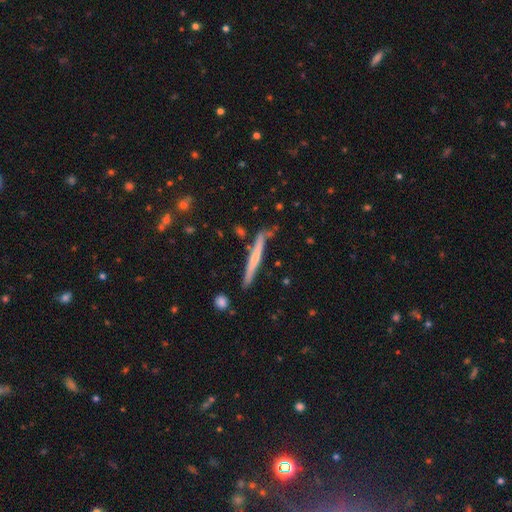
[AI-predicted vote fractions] Smooth or featured?
  - featured or disk: 57% *
  - smooth: 37%
  - star or artifact: 6%
Edge-on disk?
  - yes: 96% *
  - no: 4%
Edge-on bulge?
  - none: 49% *
  - rounded: 42%
  - boxy: 9%
Merging?
  - none: 82% *
  - minor disturbance: 12%
  - merger: 3%
  - major disturbance: 2%